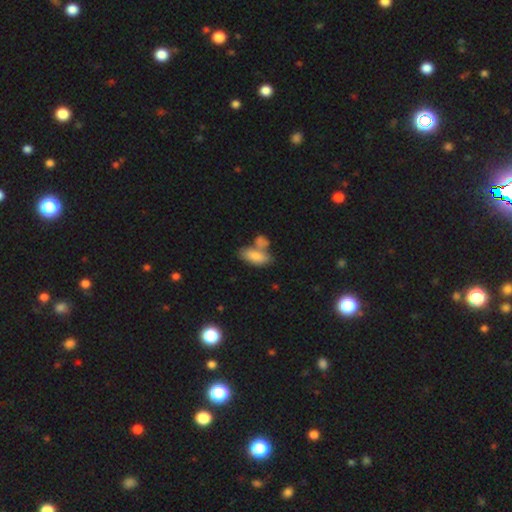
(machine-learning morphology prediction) This is likely a smooth galaxy (79%). How rounded: clearly in between (84%). Merging: marginally merger (42%).